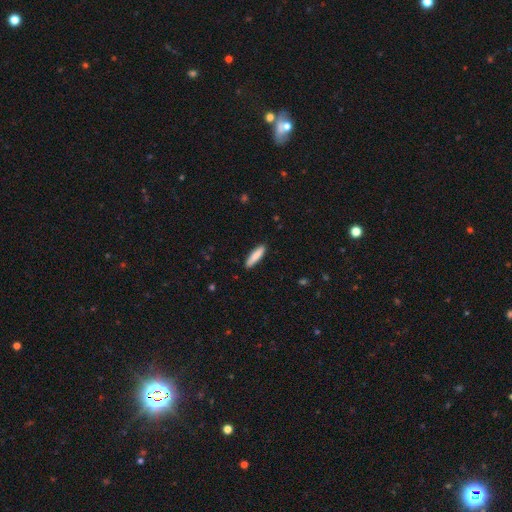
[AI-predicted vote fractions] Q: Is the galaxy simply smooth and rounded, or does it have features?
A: smooth — 85%.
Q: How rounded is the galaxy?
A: cigar-shaped — 76%.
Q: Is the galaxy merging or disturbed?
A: none — 88%.